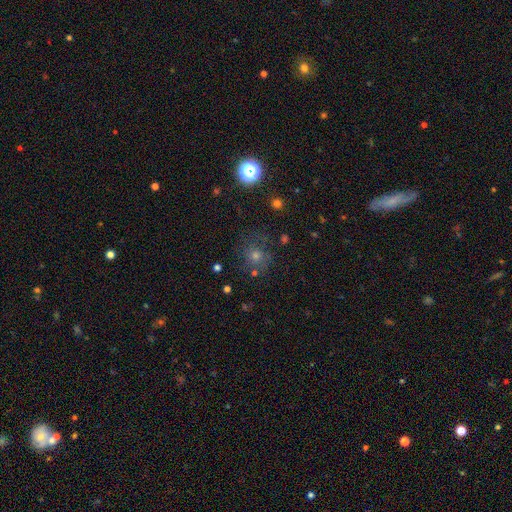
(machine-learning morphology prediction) This is possibly a smooth galaxy (47%). Merging: likely none (76%).